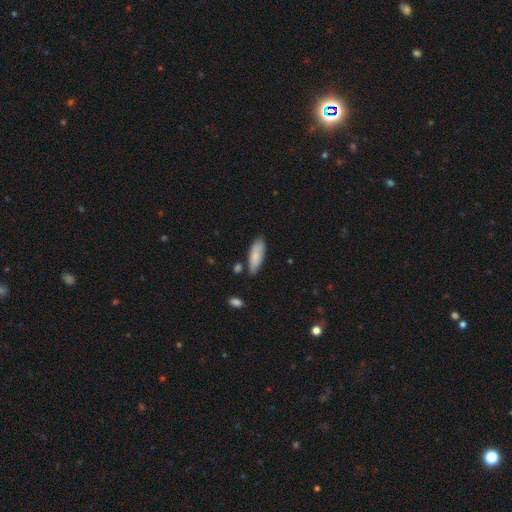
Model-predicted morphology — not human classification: A smooth galaxy with no disk features (80%) that is in between round and cigar-shaped (70%).

Vote fractions:
- Smooth or featured? smooth: 80% / featured or disk: 14% / star or artifact: 6%
- How rounded? in between: 70% / cigar-shaped: 28% / round: 2%
- Merging? none: 71% / minor disturbance: 21% / merger: 5% / major disturbance: 3%